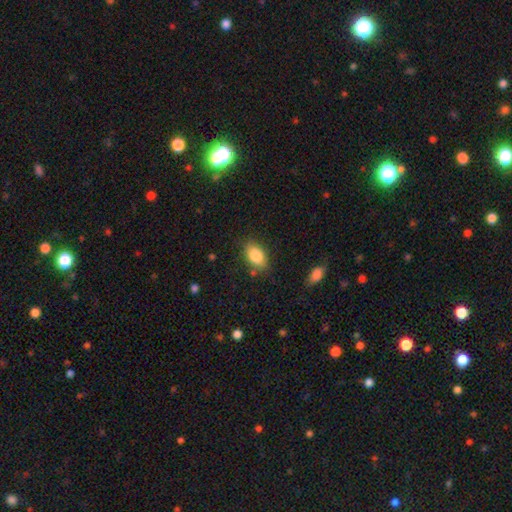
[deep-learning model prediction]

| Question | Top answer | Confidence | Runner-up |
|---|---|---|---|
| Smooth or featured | smooth | 85% | featured or disk (7%) |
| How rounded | in between | 89% | round (9%) |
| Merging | none | 78% | minor disturbance (15%) |